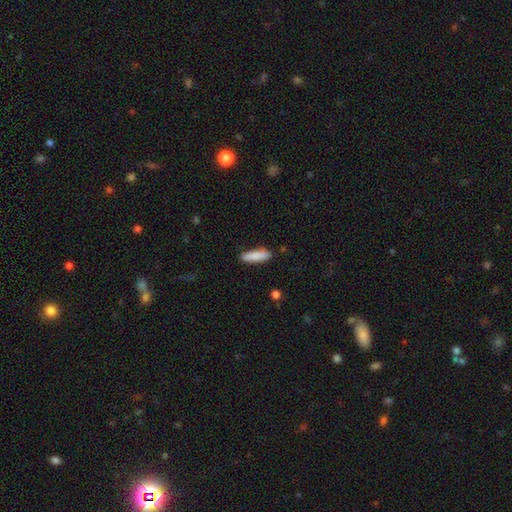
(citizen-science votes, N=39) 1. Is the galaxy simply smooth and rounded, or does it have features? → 90% smooth, 8% featured or disk, 3% star or artifact.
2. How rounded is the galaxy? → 60% cigar-shaped, 40% in between, 0% round.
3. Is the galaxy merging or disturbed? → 92% none, 8% minor disturbance, 0% major disturbance, 0% merger.